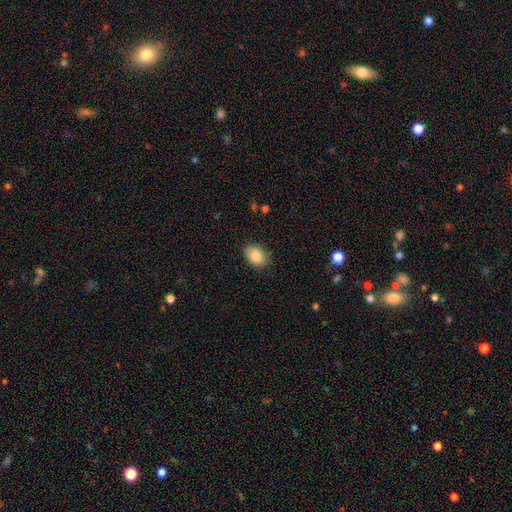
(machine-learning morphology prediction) Smooth or featured: smooth — 86% (star or artifact — 8%)
How rounded: in between — 78% (round — 21%)
Merging: none — 84% (minor disturbance — 13%)